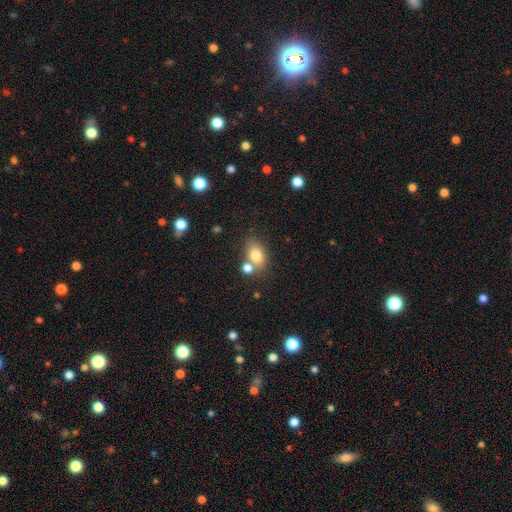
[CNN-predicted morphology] The model was most divided on "merging": none: 59%, merger: 24%, minor disturbance: 13%, major disturbance: 4%. More confident: smooth or featured — smooth (78%); how rounded — in between (75%).